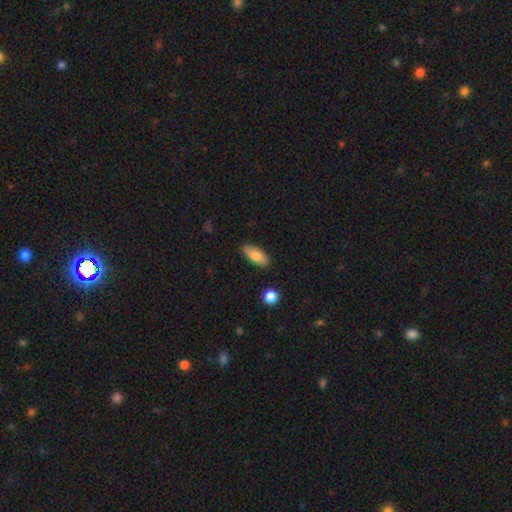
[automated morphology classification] The model was most divided on "how rounded": in between: 80%, cigar-shaped: 17%, round: 3%. More confident: merging — none (83%); smooth or featured — smooth (79%).